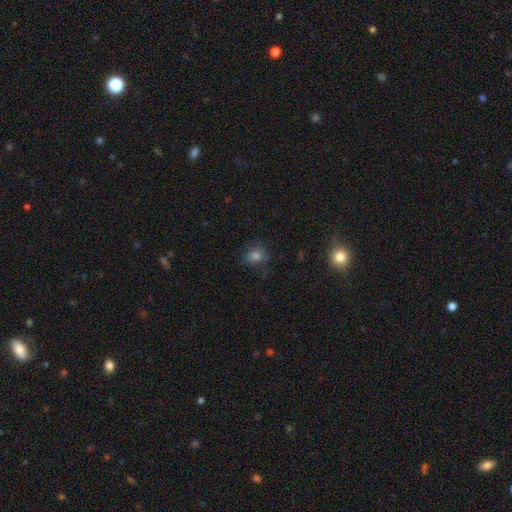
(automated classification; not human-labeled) Overall: smooth (73%). How rounded: round (73%). Merging: none (71%).